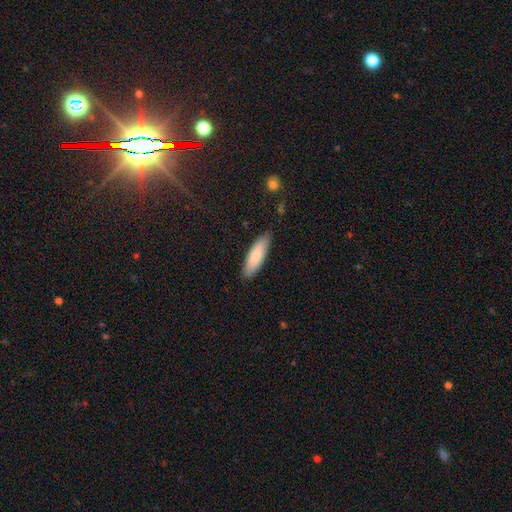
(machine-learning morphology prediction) Smooth or featured? Predicted: smooth (p=0.83). How rounded? Predicted: cigar-shaped (p=0.50). Merging? Predicted: none (p=0.86).